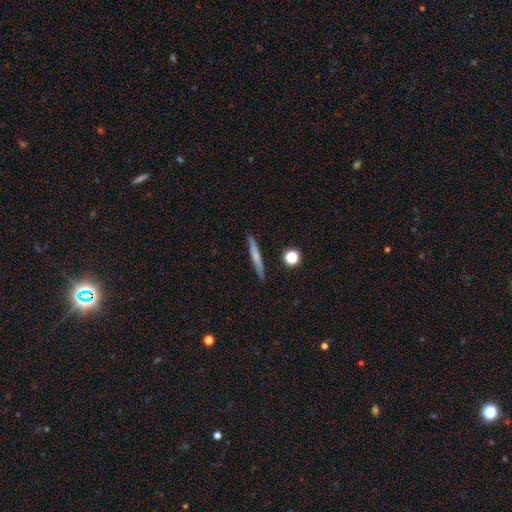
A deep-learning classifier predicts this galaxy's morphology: Smooth or featured? Predicted: smooth (p=0.58). How rounded? Predicted: cigar-shaped (p=0.93). Merging? Predicted: none (p=0.86).